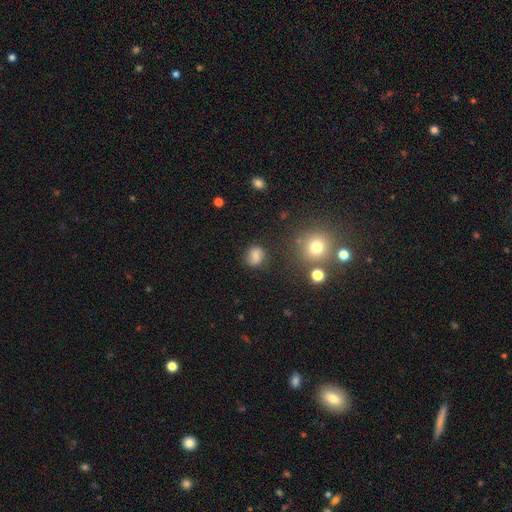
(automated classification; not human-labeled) Q: Smooth or featured?
A: smooth (74%); runner-up: star or artifact (13%)
Q: How rounded?
A: round (66%); runner-up: in between (32%)
Q: Merging?
A: none (78%); runner-up: minor disturbance (14%)